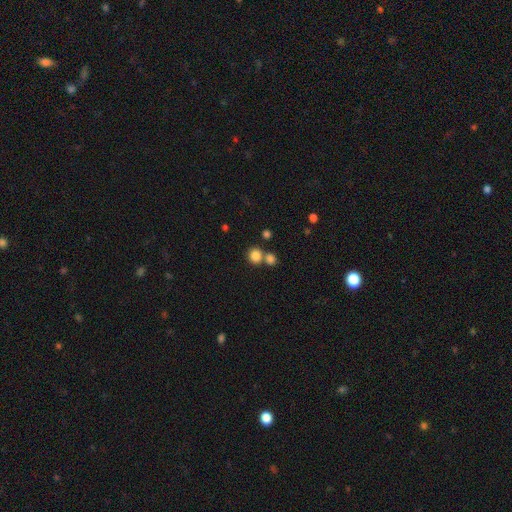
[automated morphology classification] This appears to be a smooth galaxy with no disk features (84%) that is round (84%). Merging: none (55%).